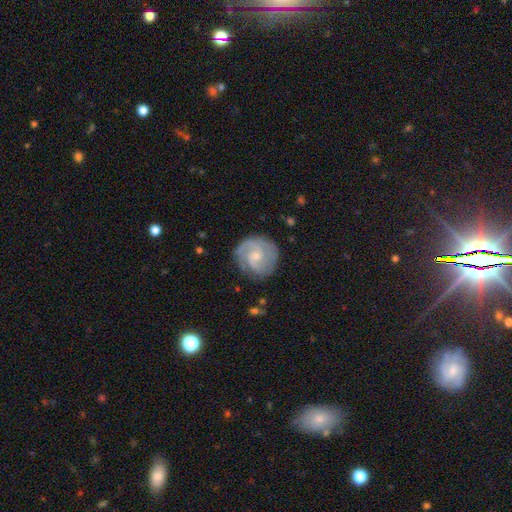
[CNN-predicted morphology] featured or disk 79%, smooth 16%, star or artifact 5%. Down the decision tree: edge-on disk — no (98%); bar — no (60%); spiral arms — yes (95%); spiral arm count — 2 (52%); spiral winding — tight (53%); bulge size — small (55%); merging — none (77%).